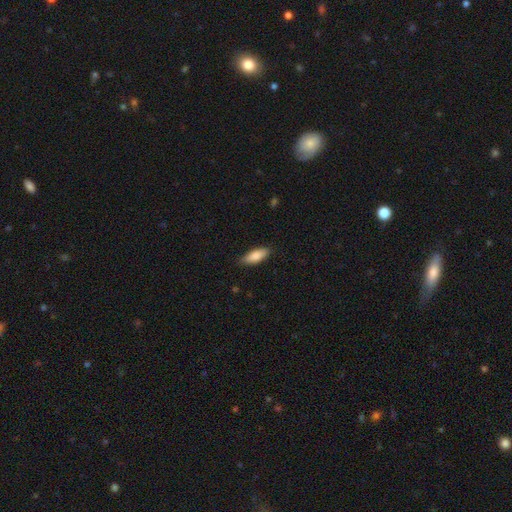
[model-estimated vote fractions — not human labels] Morphology: type=smooth (85%); roundness=in between (69%); merging=none (85%).